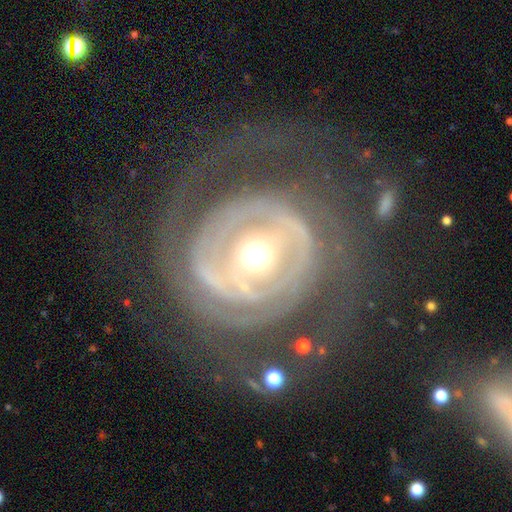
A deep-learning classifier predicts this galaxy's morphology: Overall: featured or disk (84%). Edge-on disk: no (96%). Bar: no (52%; weak 27%). Spiral arms: yes (70%). Spiral arm count: can't tell (36%; 2 33%). Spiral winding: tight (64%). Bulge size: moderate (70%). Merging: none (61%; major disturbance 21%).